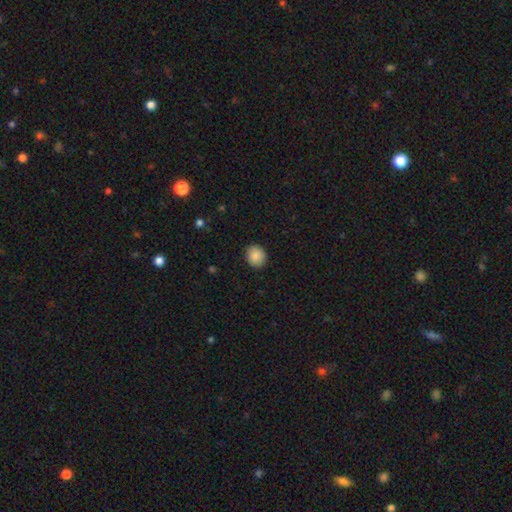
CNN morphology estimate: A smooth galaxy with no disk features (87%) that is round (75%).

Vote fractions:
- Smooth or featured? smooth: 87% / star or artifact: 8% / featured or disk: 5%
- How rounded? round: 75% / in between: 24% / cigar-shaped: 1%
- Merging? none: 90% / minor disturbance: 7% / major disturbance: 2% / merger: 1%